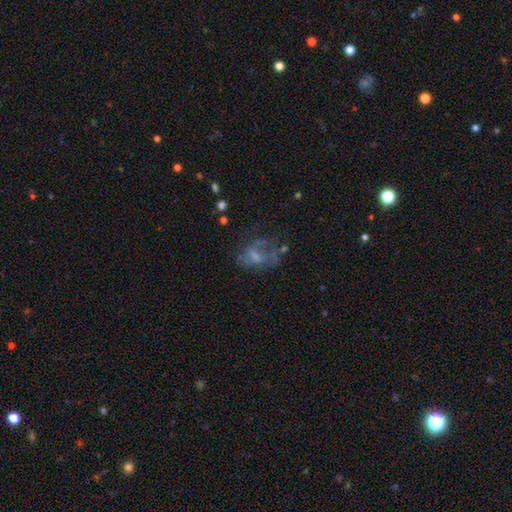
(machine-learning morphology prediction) featured or disk 53%, smooth 31%, star or artifact 16%. Down the decision tree: edge-on disk — no (96%); bar — no (65%); spiral arms — no (74%); bulge size — none (35%); merging — none (37%).